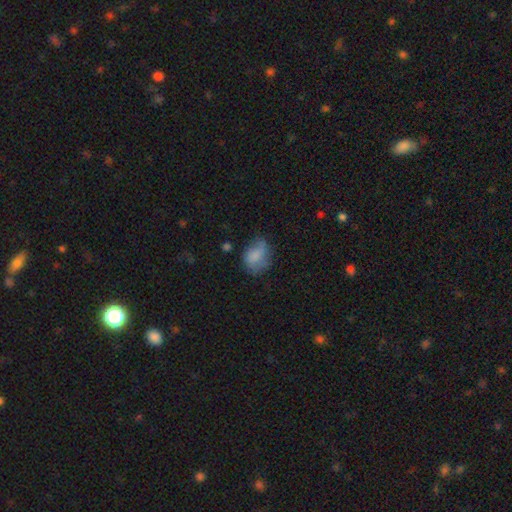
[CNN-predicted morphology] Smooth or featured? Predicted: smooth (p=0.75). How rounded? Predicted: in between (p=0.65). Merging? Predicted: none (p=0.46).